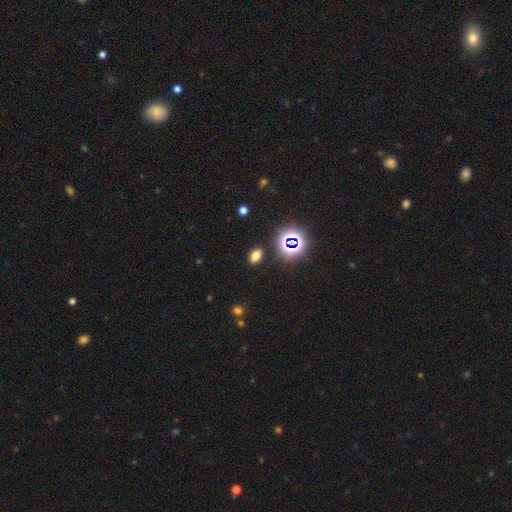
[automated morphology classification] This is likely a smooth galaxy (67%). How rounded: clearly in between (83%). Merging: clearly none (87%).